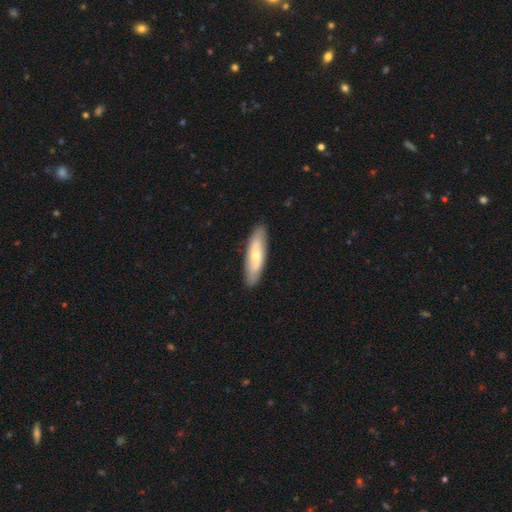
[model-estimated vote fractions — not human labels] smooth 56%, featured or disk 39%, star or artifact 5%. Down the decision tree: how rounded — cigar-shaped (56%); merging — none (88%).